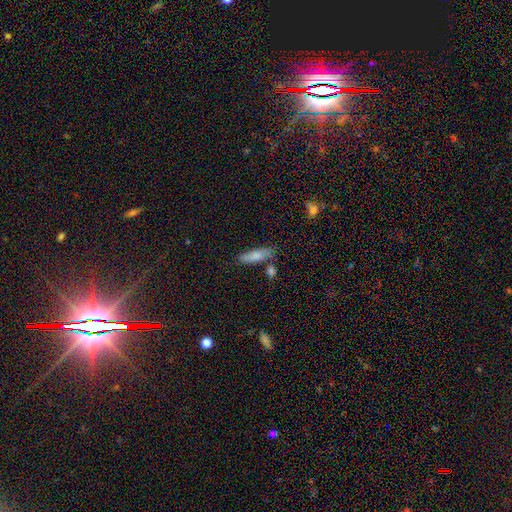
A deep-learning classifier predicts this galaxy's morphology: A smooth galaxy with no disk features (79%) that is cigar-shaped (55%).

Vote fractions:
- Smooth or featured? smooth: 79% / featured or disk: 14% / star or artifact: 7%
- How rounded? cigar-shaped: 55% / in between: 42% / round: 2%
- Merging? none: 68% / minor disturbance: 17% / merger: 10% / major disturbance: 4%